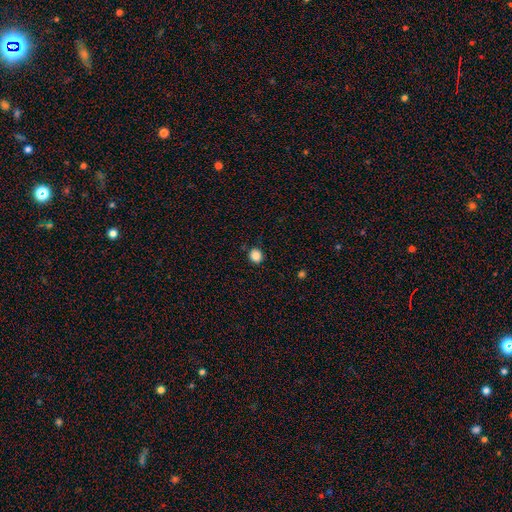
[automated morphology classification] A smooth galaxy with no disk features (86%) that is round (90%). Merging: none (89%).